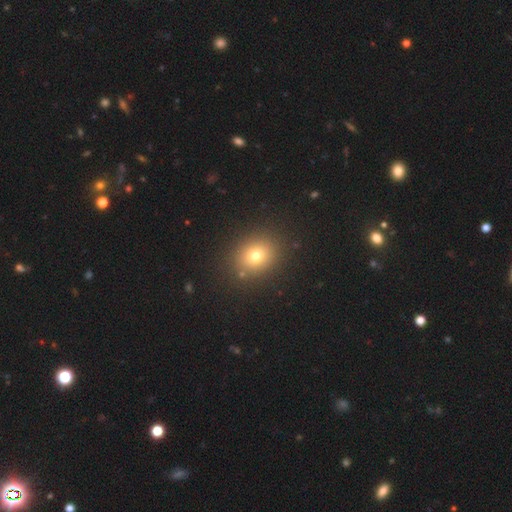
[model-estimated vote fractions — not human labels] smooth 74%, star or artifact 16%, featured or disk 10%. Down the decision tree: how rounded — round (66%); merging — none (87%).